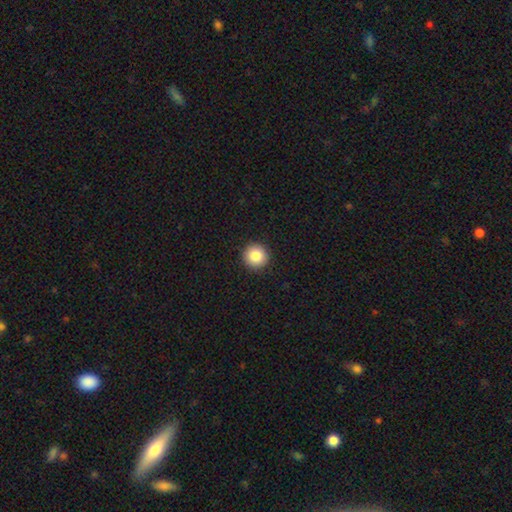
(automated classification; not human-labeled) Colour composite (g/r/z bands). It shows a smooth galaxy with no disk features (85%) that is round (96%). Merging: none (93%).